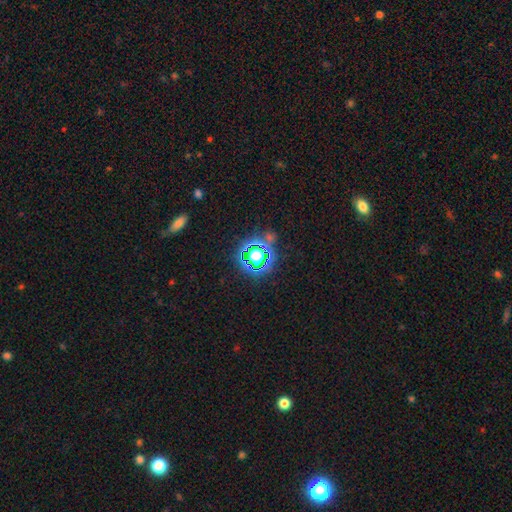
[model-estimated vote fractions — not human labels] smooth-or-featured: star or artifact: 59% | smooth: 30% | featured or disk: 11%